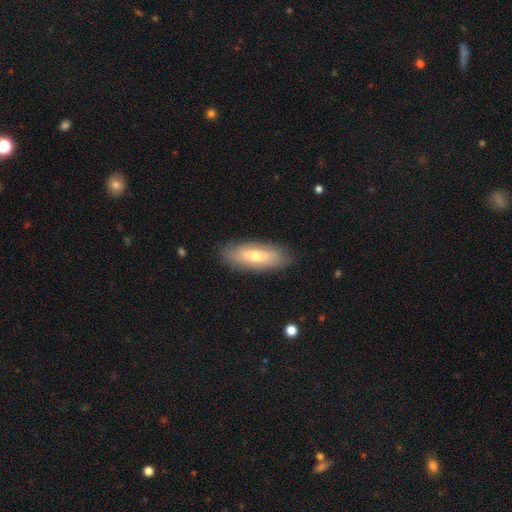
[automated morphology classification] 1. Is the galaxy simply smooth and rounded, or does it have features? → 51% smooth, 42% featured or disk, 6% star or artifact.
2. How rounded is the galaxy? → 70% in between, 27% cigar-shaped, 3% round.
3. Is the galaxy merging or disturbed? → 85% none, 11% minor disturbance, 3% major disturbance, 1% merger.